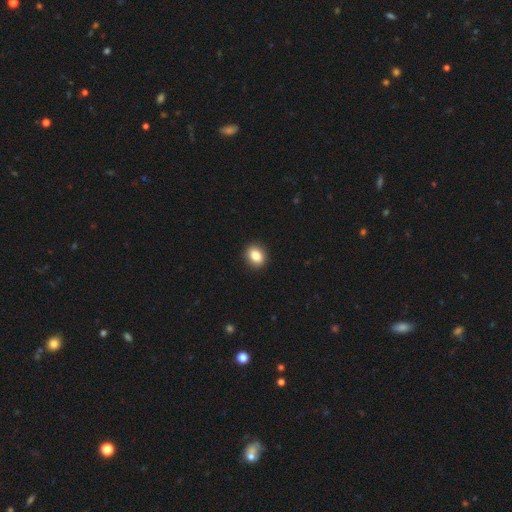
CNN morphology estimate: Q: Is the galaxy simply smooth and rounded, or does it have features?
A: smooth — 86%.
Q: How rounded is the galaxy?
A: in between — 54%.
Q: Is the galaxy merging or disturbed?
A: none — 91%.